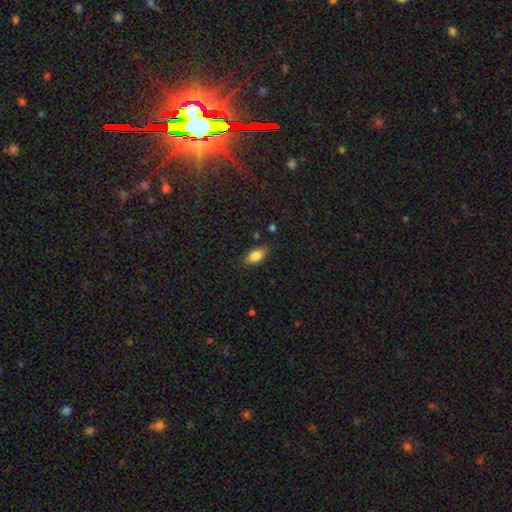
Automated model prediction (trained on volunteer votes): This appears to be a smooth galaxy with no disk features (83%) that is in between round and cigar-shaped (88%). Merging: none (78%).